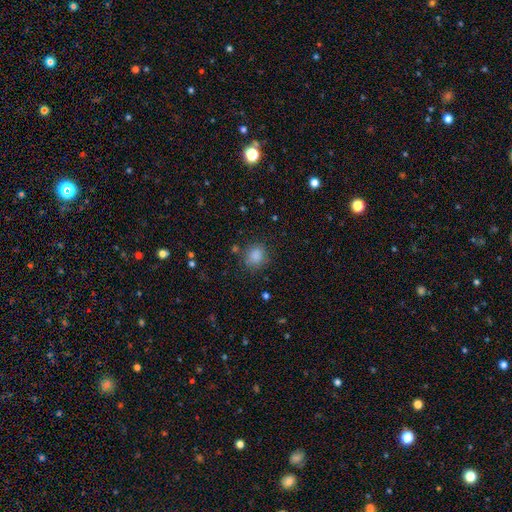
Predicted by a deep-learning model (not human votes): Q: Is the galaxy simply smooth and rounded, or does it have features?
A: smooth — 85%.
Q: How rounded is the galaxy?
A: round — 75%.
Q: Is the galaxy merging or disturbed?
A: none — 80%.